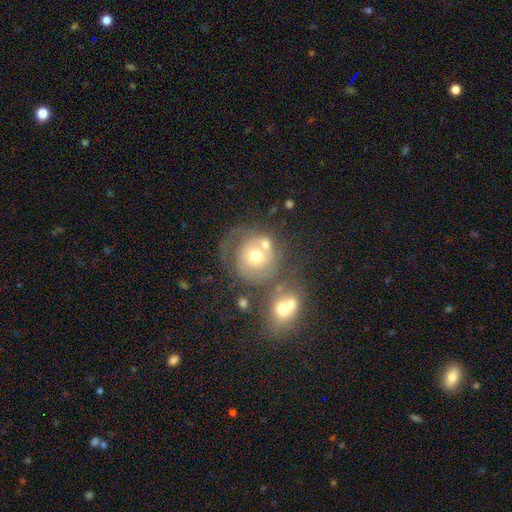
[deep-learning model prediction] A featured or disk galaxy (48%). Merging: none (36%).